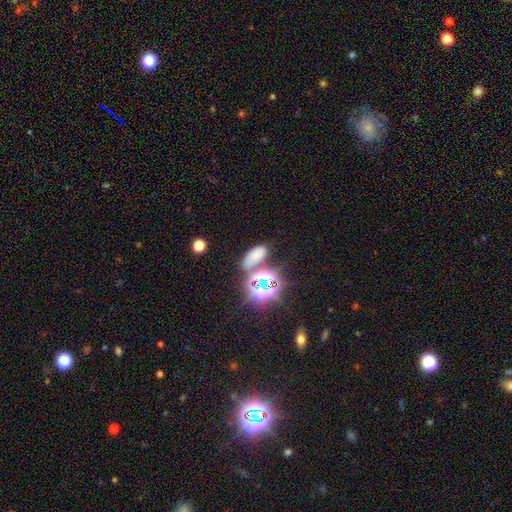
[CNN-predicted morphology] Smooth or featured? smooth (59%)
How rounded? in between (86%)
Merging? none (65%)